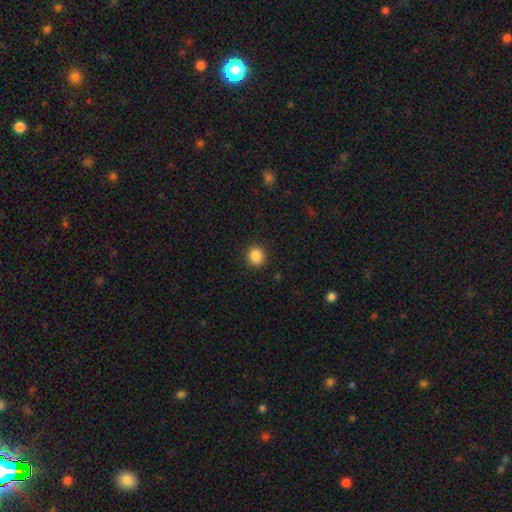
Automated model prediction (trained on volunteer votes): Overall: smooth (87%). How rounded: round (88%). Merging: none (91%).